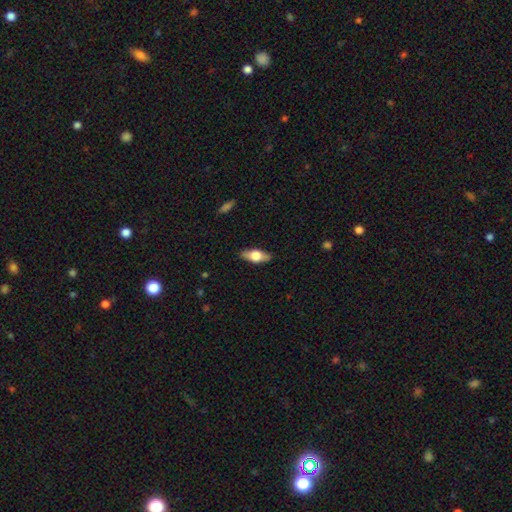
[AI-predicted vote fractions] Q: Smooth or featured?
A: smooth (52%); runner-up: featured or disk (42%)
Q: How rounded?
A: in between (75%); runner-up: cigar-shaped (21%)
Q: Merging?
A: none (87%); runner-up: minor disturbance (9%)